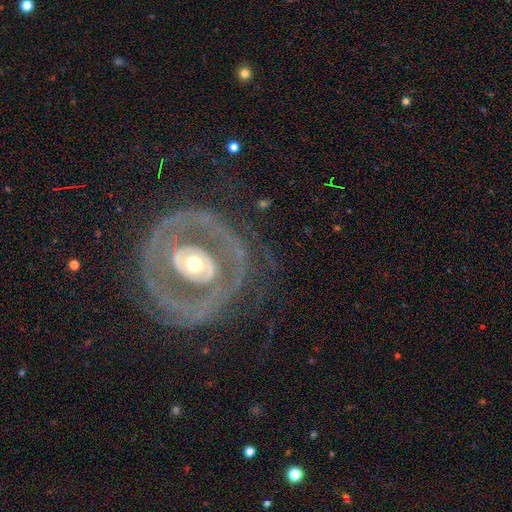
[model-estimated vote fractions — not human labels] A featured or disk galaxy (80%) with no bar (67%), no spiral arms (52%) and a moderate central bulge (59%).

Vote fractions:
- Smooth or featured? featured or disk: 80% / smooth: 14% / star or artifact: 6%
- Edge-on disk? no: 95% / yes: 5%
- Bar? no: 67% / weak: 19% / strong: 15%
- Spiral arms? no: 52% / yes: 48%
- Bulge size? moderate: 59% / small: 26% / large: 11% / dominant: 2% / none: 2%
- Merging? none: 71% / minor disturbance: 15% / major disturbance: 12% / merger: 2%